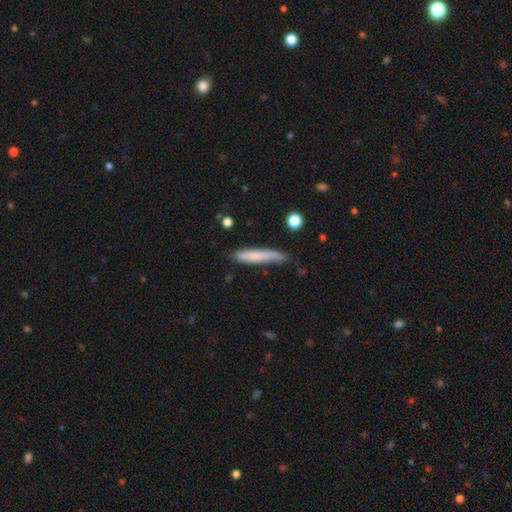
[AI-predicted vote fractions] Smooth or featured? Predicted: smooth (p=0.70). How rounded? Predicted: cigar-shaped (p=0.92). Merging? Predicted: none (p=0.70).